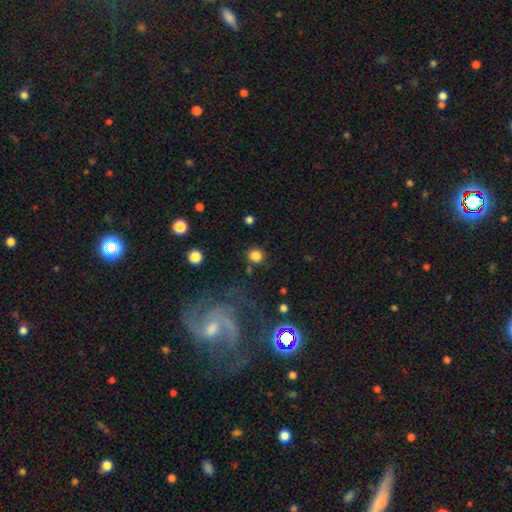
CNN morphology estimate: smooth_or_featured: smooth (p=0.83) [alt: star or artifact p=0.12]
how_rounded: round (p=0.88) [alt: in between p=0.11]
merging: none (p=0.85) [alt: minor disturbance p=0.08]